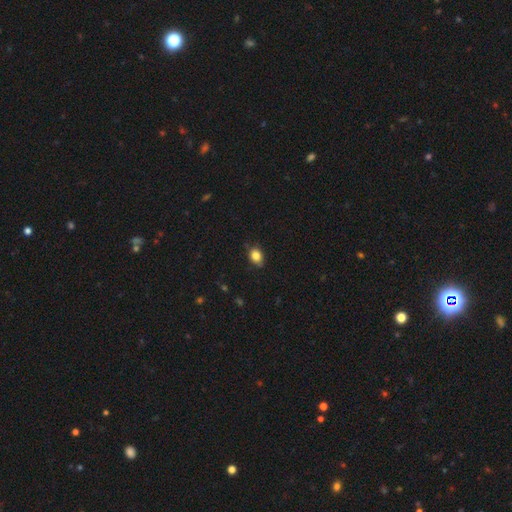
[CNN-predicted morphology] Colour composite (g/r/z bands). It shows a smooth galaxy with no disk features (82%) that is in between round and cigar-shaped (63%). Merging: none (75%).